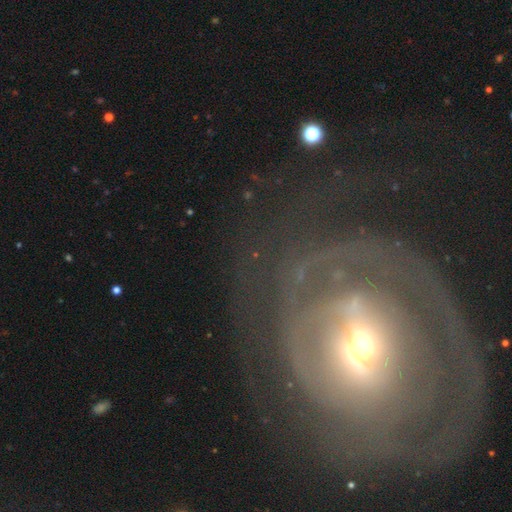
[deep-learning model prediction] smooth-or-featured: featured or disk: 80% | smooth: 11% | star or artifact: 9%
  disk-edge-on: no: 95% | yes: 5%
    bar: weak: 37% | strong: 34% | no: 30%
    has-spiral-arms: yes: 73% | no: 27%
      spiral-winding: tight: 61% | medium: 27% | loose: 12%
      spiral-arm-count: can't tell: 39% | 2: 30% | 3: 10% | 1: 9% | 4: 6% | more than 4: 6%
    bulge-size: moderate: 49% | small: 41% | large: 7% | dominant: 2% | none: 1%
  merging: none: 57% | major disturbance: 24% | minor disturbance: 16% | merger: 3%